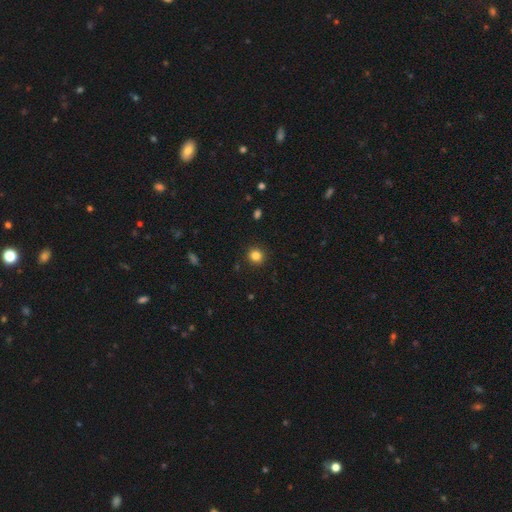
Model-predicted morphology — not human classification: This appears to be a smooth galaxy with no disk features (84%) that is round (89%). Merging: none (91%).